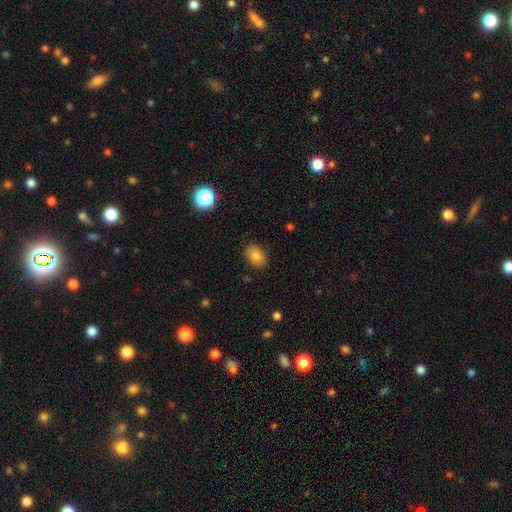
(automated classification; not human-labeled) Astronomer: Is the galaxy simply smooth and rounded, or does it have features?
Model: smooth — 83%.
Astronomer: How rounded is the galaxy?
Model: in between — 69%.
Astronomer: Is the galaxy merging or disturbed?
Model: none — 86%.